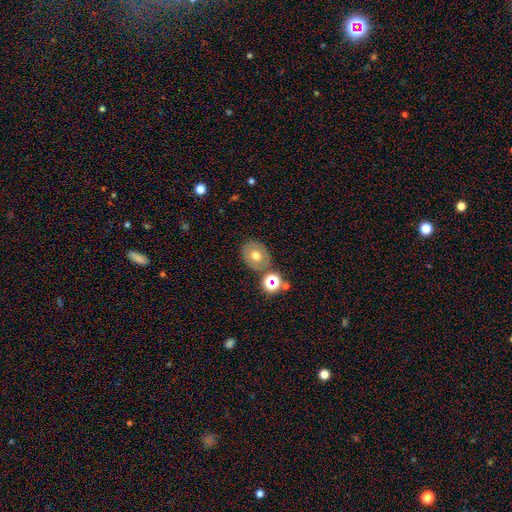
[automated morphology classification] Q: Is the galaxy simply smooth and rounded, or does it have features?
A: smooth — 64%.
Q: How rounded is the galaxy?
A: round — 60%.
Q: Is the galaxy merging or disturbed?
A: none — 75%.